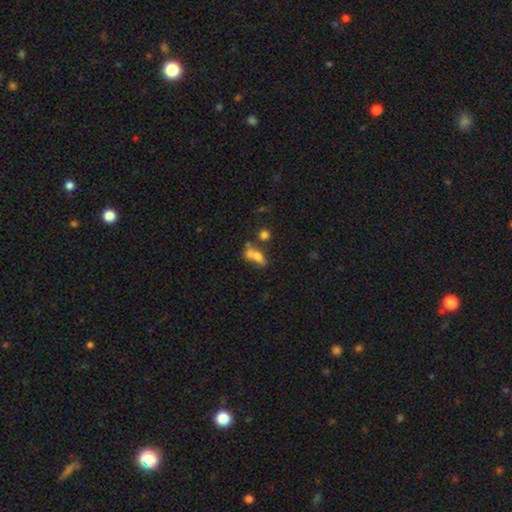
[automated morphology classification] This is likely a smooth galaxy (64%). How rounded: likely in between (64%). Merging: possibly merger (52%).